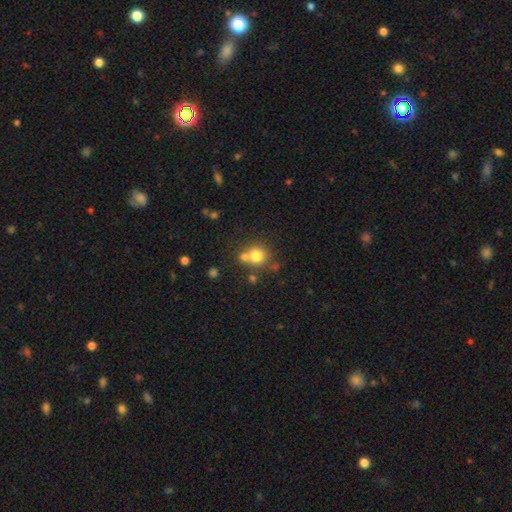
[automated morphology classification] A smooth galaxy with no disk features (77%) that is round (87%).

Vote fractions:
- Smooth or featured? smooth: 77% / star or artifact: 13% / featured or disk: 11%
- How rounded? round: 87% / in between: 12% / cigar-shaped: 1%
- Merging? none: 56% / merger: 30% / minor disturbance: 10% / major disturbance: 4%